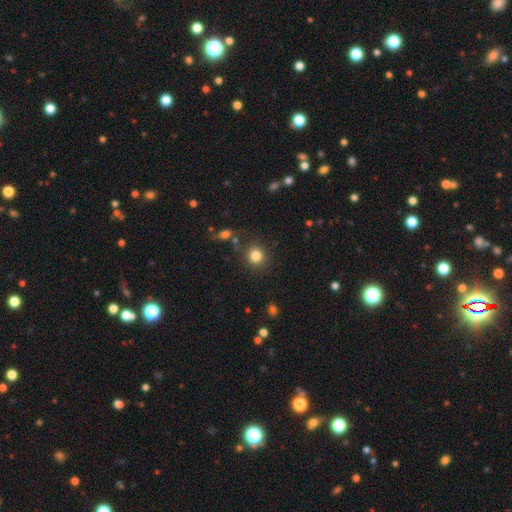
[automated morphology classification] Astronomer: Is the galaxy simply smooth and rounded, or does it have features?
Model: smooth — 83%.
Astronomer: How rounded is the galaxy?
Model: round — 87%.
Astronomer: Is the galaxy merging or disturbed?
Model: none — 84%.